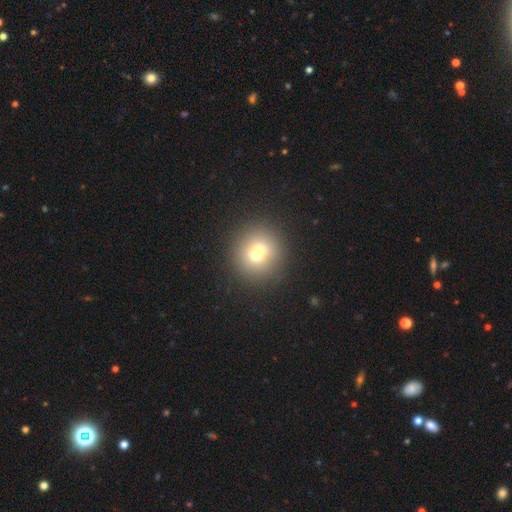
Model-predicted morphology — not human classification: Smooth or featured?
  - smooth: 70% *
  - star or artifact: 15%
  - featured or disk: 15%
How rounded?
  - round: 87% *
  - in between: 12%
  - cigar-shaped: 1%
Merging?
  - none: 86% *
  - minor disturbance: 7%
  - merger: 4%
  - major disturbance: 3%